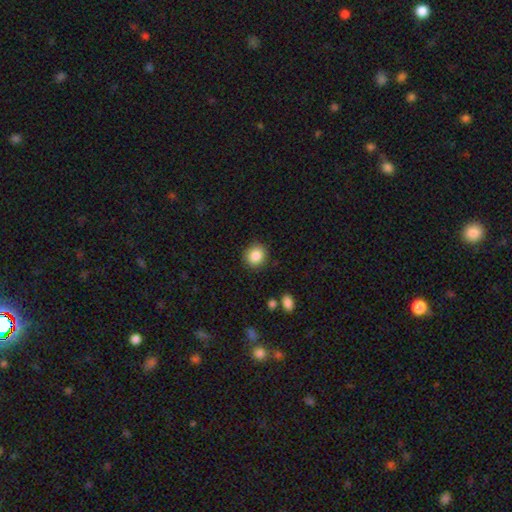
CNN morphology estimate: This appears to be a smooth galaxy with no disk features (86%) that is round (81%). Merging: none (88%).